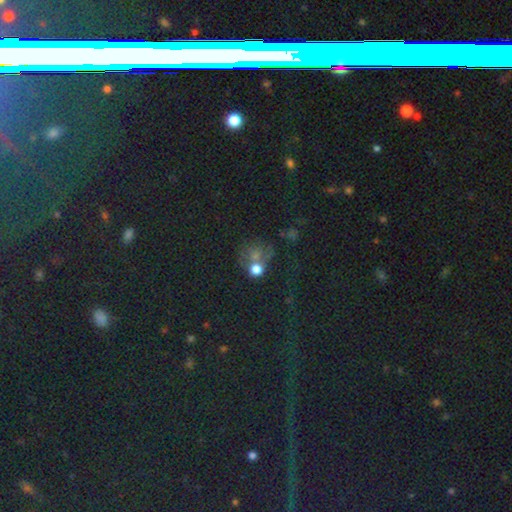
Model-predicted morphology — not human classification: star or artifact 43%, smooth 42%, featured or disk 15%.